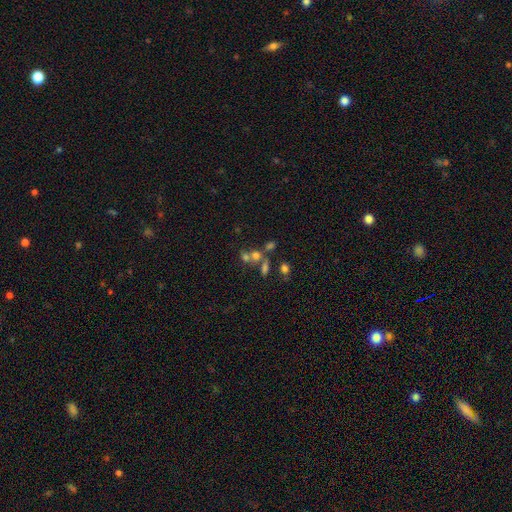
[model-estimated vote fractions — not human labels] A smooth galaxy with no disk features (58%) that is round (57%).

Vote fractions:
- Smooth or featured? smooth: 58% / star or artifact: 22% / featured or disk: 20%
- How rounded? round: 57% / in between: 40% / cigar-shaped: 2%
- Merging? merger: 47% / none: 36% / minor disturbance: 9% / major disturbance: 8%